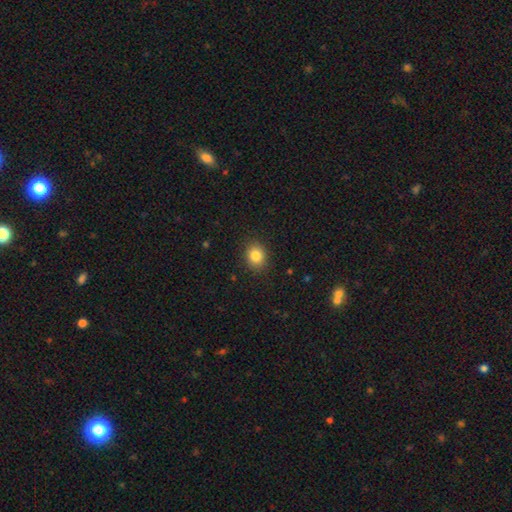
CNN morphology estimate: The model was most divided on "how rounded": round: 65%, in between: 34%, cigar-shaped: 1%. More confident: merging — none (89%); smooth or featured — smooth (84%).